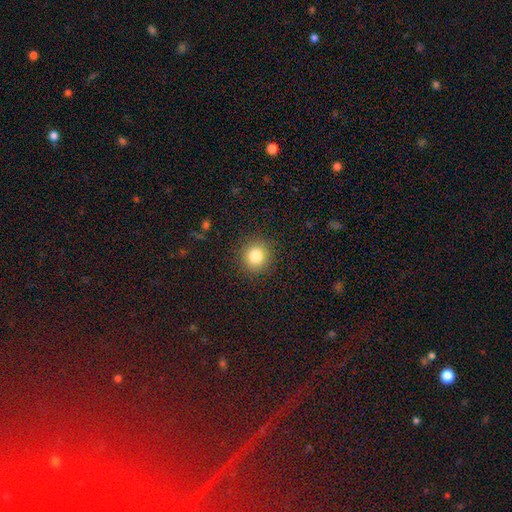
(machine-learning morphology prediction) type=smooth (83%); roundness=round (90%); merging=none (90%).